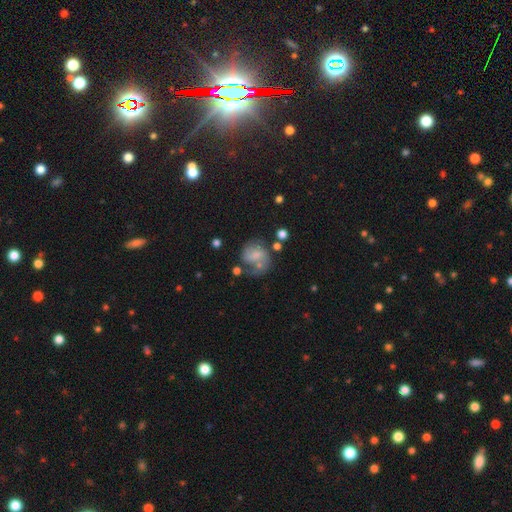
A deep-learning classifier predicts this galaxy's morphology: The model was most divided on "smooth or featured": smooth: 48%, featured or disk: 42%, star or artifact: 11%. Remaining: merging — none (38%).